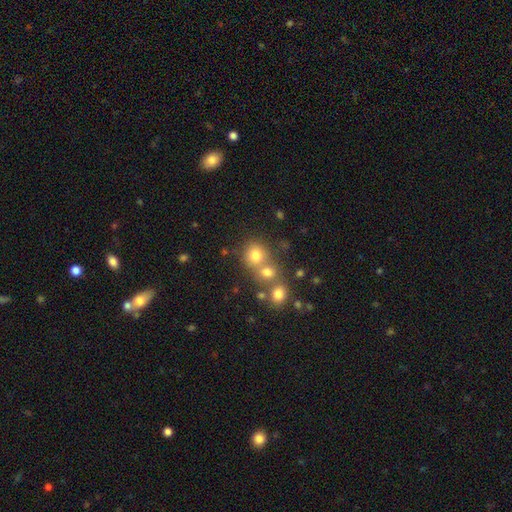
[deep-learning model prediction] A smooth galaxy with no disk features (75%) that is round (81%).

Vote fractions:
- Smooth or featured? smooth: 75% / star or artifact: 14% / featured or disk: 11%
- How rounded? round: 81% / in between: 18% / cigar-shaped: 1%
- Merging? none: 49% / merger: 40% / minor disturbance: 8% / major disturbance: 4%